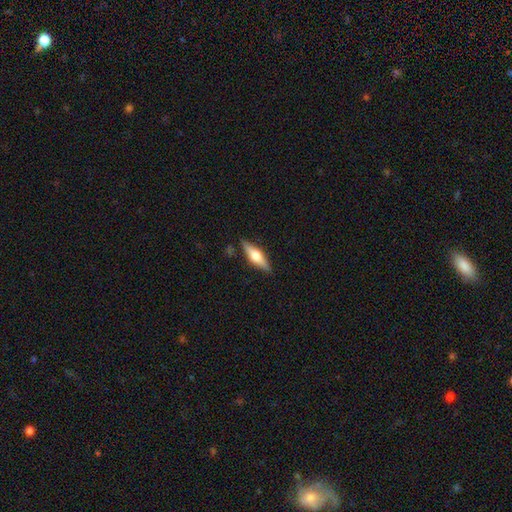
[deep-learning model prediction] Q: Smooth or featured?
A: featured or disk (58%); runner-up: smooth (36%)
Q: Edge-on disk?
A: yes (95%); runner-up: no (5%)
Q: Edge-on bulge?
A: rounded (93%); runner-up: boxy (5%)
Q: Merging?
A: none (86%); runner-up: minor disturbance (10%)